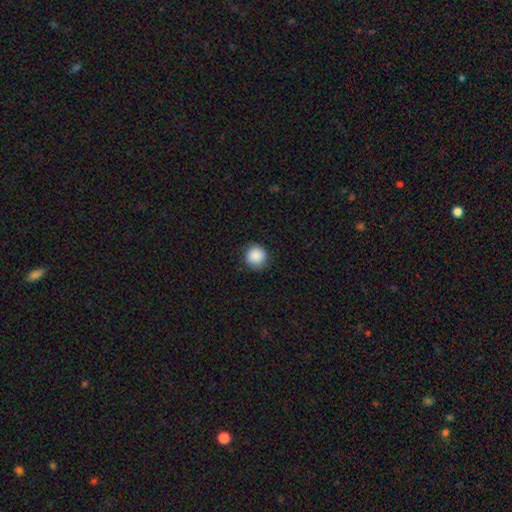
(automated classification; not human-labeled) A smooth galaxy with no disk features (89%) that is round (94%).

Vote fractions:
- Smooth or featured? smooth: 89% / star or artifact: 8% / featured or disk: 3%
- How rounded? round: 94% / in between: 5% / cigar-shaped: 1%
- Merging? none: 88% / minor disturbance: 9% / major disturbance: 2% / merger: 1%